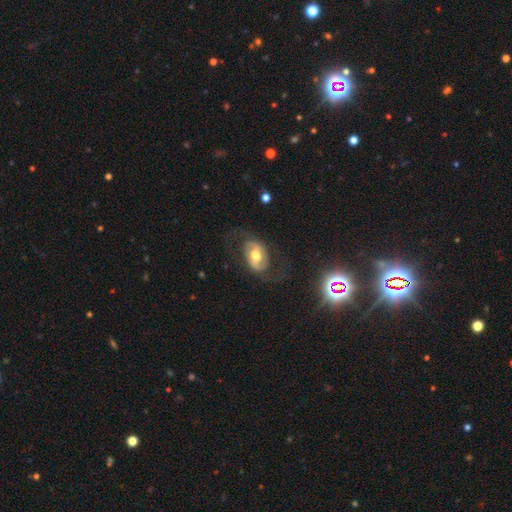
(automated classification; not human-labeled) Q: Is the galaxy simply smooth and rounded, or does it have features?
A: featured or disk — 71%.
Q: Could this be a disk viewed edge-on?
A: no — 96%.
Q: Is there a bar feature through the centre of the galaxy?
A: weak — 39%.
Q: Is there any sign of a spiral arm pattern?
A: yes — 80%.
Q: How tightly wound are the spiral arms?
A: medium — 43%, tied with loose.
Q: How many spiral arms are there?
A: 2 — 89%.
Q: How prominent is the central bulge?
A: moderate — 71%.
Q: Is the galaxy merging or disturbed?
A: none — 66%.